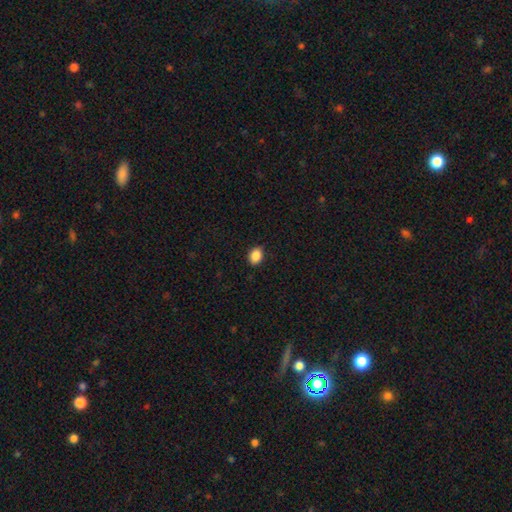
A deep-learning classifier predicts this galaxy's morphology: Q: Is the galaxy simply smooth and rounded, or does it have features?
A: smooth — 88%.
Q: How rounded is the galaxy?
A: in between — 72%.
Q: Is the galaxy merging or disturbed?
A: none — 87%.